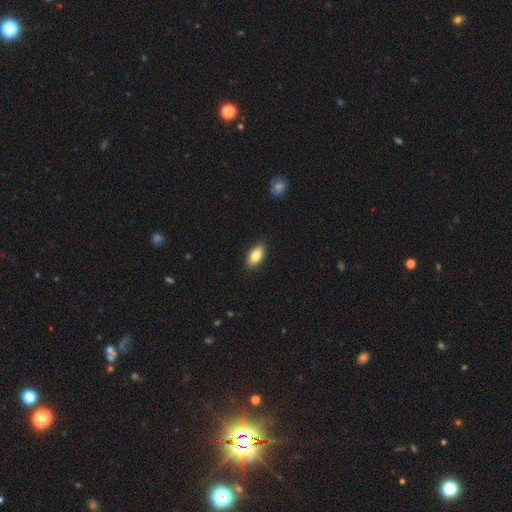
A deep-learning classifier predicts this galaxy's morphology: type=smooth (82%); roundness=in between (89%); merging=none (90%).